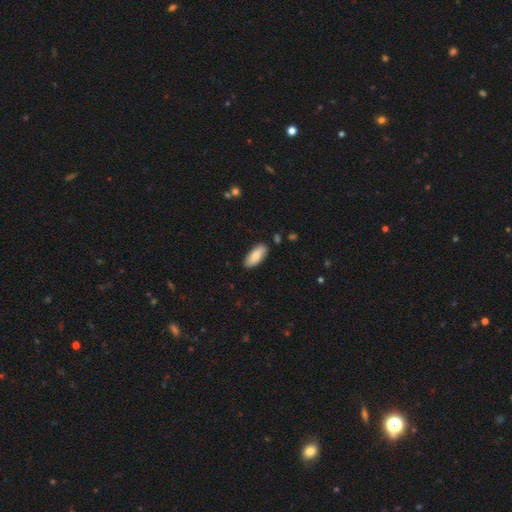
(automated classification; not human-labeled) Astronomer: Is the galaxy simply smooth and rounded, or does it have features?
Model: smooth — 81%.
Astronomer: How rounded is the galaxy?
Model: in between — 85%.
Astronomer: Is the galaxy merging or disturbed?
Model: none — 86%.